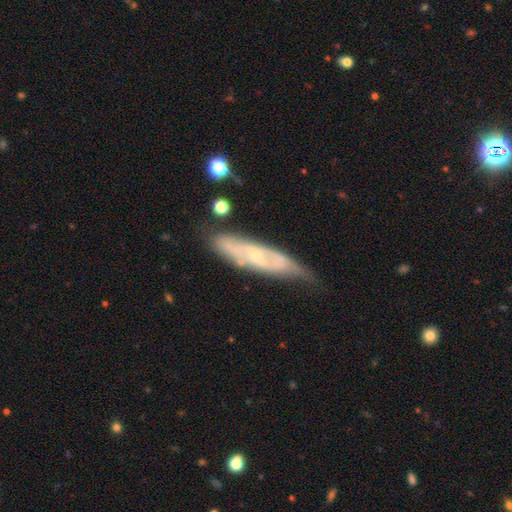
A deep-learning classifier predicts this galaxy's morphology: type=featured or disk (70%); edge-on=no (63%); merging=none (60%).